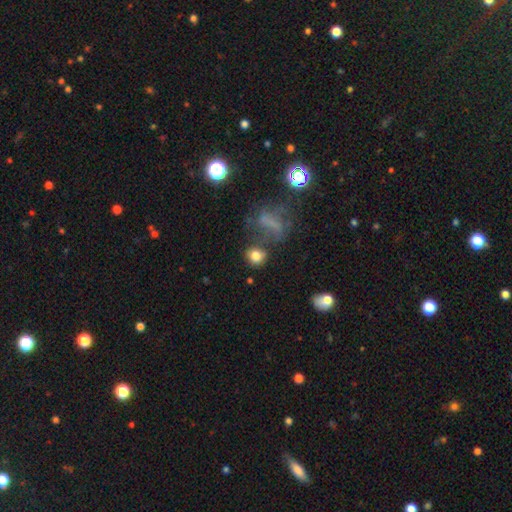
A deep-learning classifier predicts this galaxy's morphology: This appears to be a smooth galaxy with no disk features (78%) that is round (72%). Merging: none (54%).